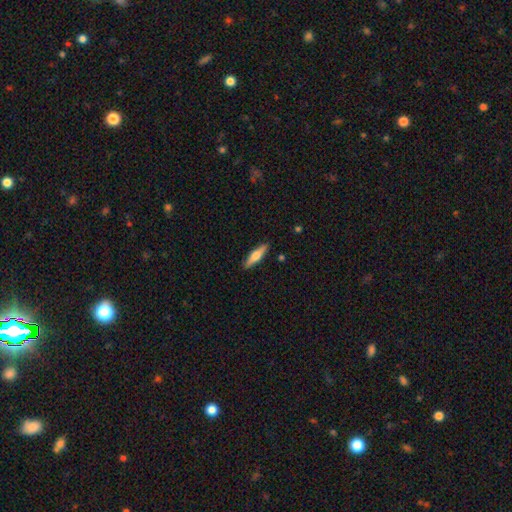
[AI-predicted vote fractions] smooth_or_featured: smooth (p=0.54) [alt: featured or disk p=0.41]
how_rounded: cigar-shaped (p=0.74) [alt: in between p=0.24]
merging: none (p=0.89) [alt: minor disturbance p=0.08]